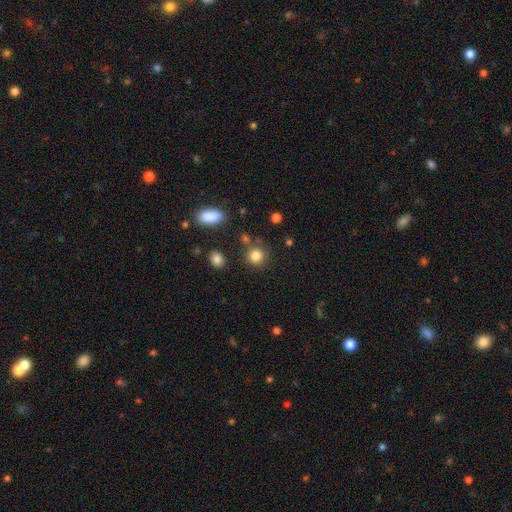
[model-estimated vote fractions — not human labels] A smooth galaxy with no disk features (83%) that is round (88%).

Vote fractions:
- Smooth or featured? smooth: 83% / star or artifact: 11% / featured or disk: 6%
- How rounded? round: 88% / in between: 11% / cigar-shaped: 1%
- Merging? none: 79% / minor disturbance: 10% / merger: 7% / major disturbance: 4%